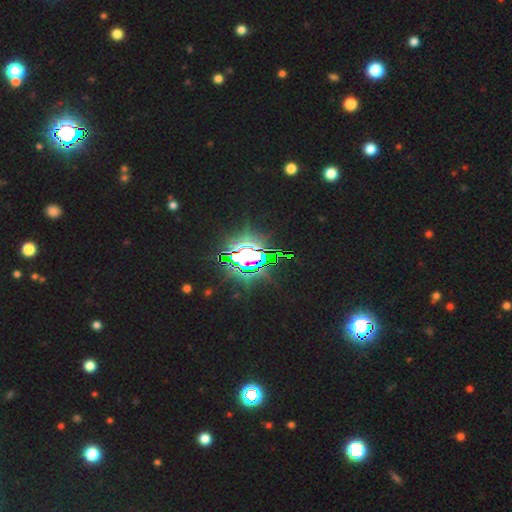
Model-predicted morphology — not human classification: smooth-or-featured: star or artifact: 81% | featured or disk: 10% | smooth: 9%